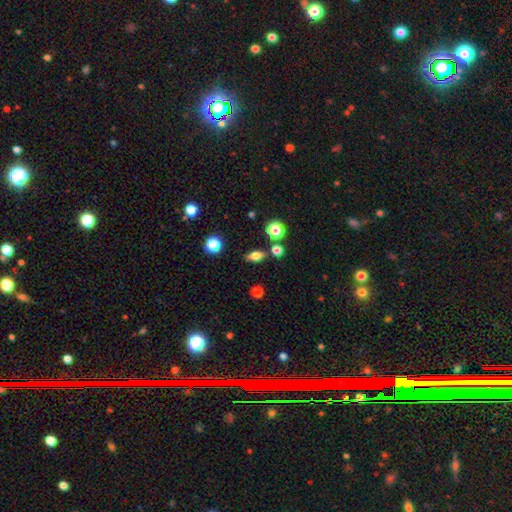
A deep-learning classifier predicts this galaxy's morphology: Smooth or featured? smooth (75%)
How rounded? in between (77%)
Merging? none (79%)